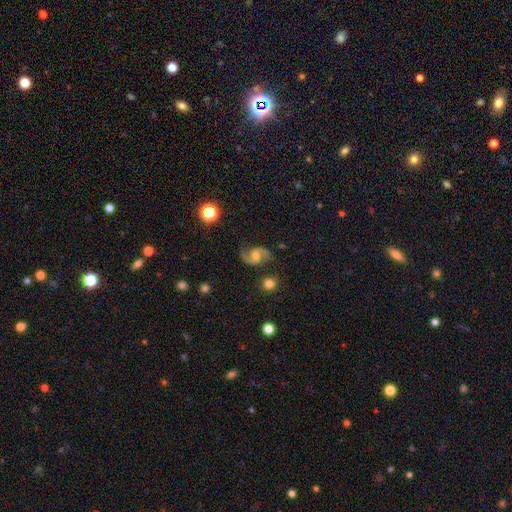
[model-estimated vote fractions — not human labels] featured or disk 83%, smooth 10%, star or artifact 7%. Down the decision tree: edge-on disk — no (98%); bar — no (51%); spiral arms — yes (96%); spiral arm count — 2 (93%); spiral winding — loose (50%); bulge size — moderate (69%); merging — none (79%).